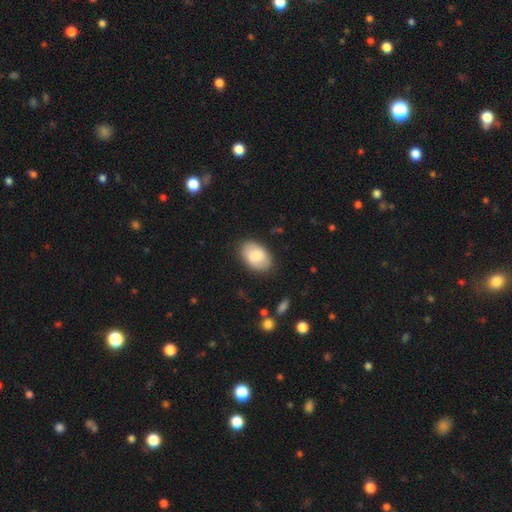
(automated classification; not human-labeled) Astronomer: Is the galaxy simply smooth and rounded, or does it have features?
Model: smooth — 75%.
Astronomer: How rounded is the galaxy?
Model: in between — 89%.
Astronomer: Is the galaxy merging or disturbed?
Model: none — 79%.